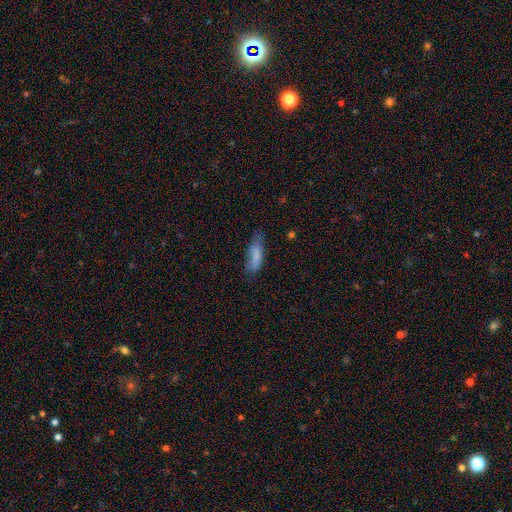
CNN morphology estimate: Smooth or featured?
  - smooth: 81% *
  - featured or disk: 11%
  - star or artifact: 7%
How rounded?
  - in between: 58% *
  - cigar-shaped: 40%
  - round: 2%
Merging?
  - none: 53% *
  - minor disturbance: 33%
  - major disturbance: 11%
  - merger: 3%